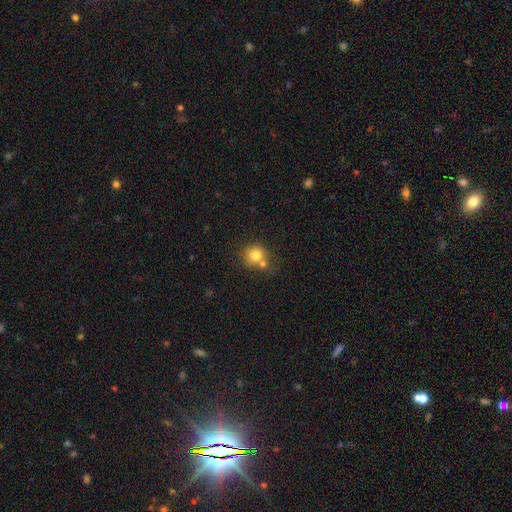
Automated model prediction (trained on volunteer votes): Smooth or featured? Predicted: smooth (p=0.78). How rounded? Predicted: round (p=0.87). Merging? Predicted: none (p=0.51).